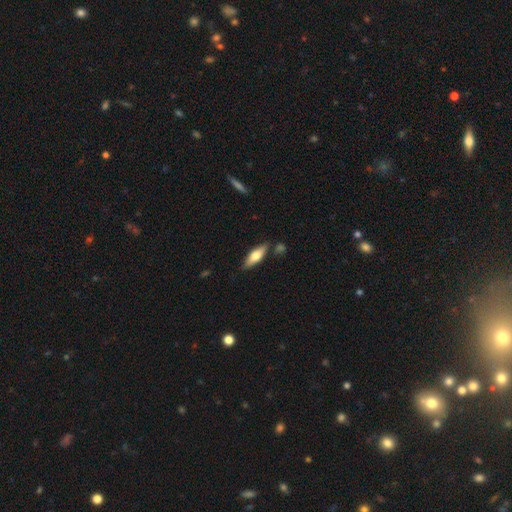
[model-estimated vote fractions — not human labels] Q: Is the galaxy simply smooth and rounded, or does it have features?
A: smooth — 59%.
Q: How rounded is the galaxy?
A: in between — 51%.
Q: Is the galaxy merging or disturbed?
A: none — 80%.